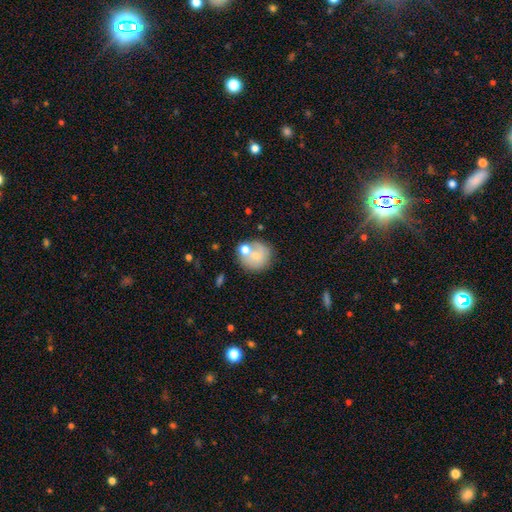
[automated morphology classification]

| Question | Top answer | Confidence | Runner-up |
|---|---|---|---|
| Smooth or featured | smooth | 65% | featured or disk (26%) |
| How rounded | round | 85% | in between (14%) |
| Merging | none | 53% | merger (24%) |